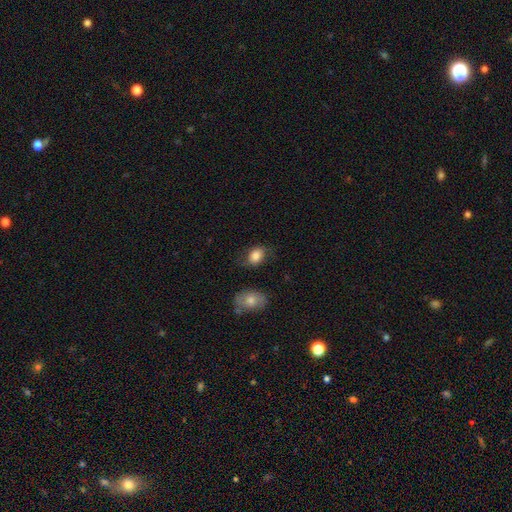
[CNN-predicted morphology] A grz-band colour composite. It shows a smooth galaxy with no disk features (83%) that is in between round and cigar-shaped (74%). Merging: none (67%).